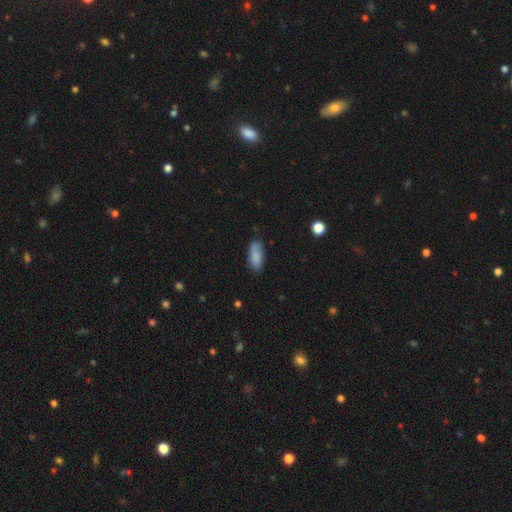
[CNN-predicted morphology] smooth-or-featured: smooth: 85% | featured or disk: 8% | star or artifact: 7%
  how-rounded: in between: 77% | cigar-shaped: 21% | round: 2%
  merging: none: 76% | minor disturbance: 19% | major disturbance: 3% | merger: 2%